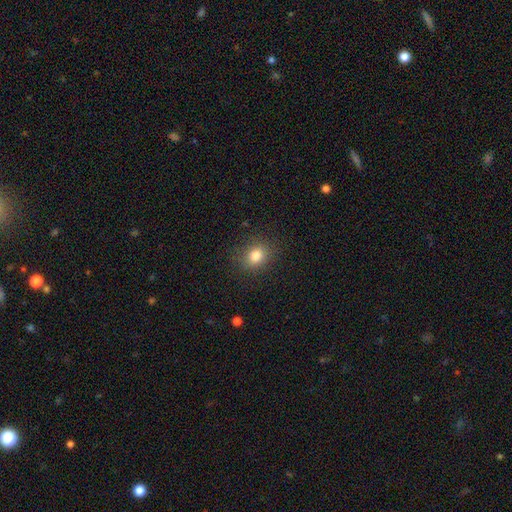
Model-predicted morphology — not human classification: smooth 81%, star or artifact 12%, featured or disk 7%. Down the decision tree: how rounded — round (58%); merging — none (86%).